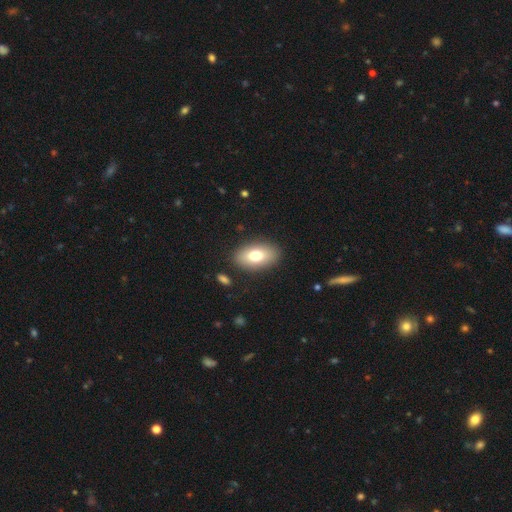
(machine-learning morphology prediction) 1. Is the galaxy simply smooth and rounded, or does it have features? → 75% smooth, 17% featured or disk, 8% star or artifact.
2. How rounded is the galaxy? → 91% in between, 7% round, 2% cigar-shaped.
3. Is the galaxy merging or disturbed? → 87% none, 8% minor disturbance, 3% major disturbance, 2% merger.